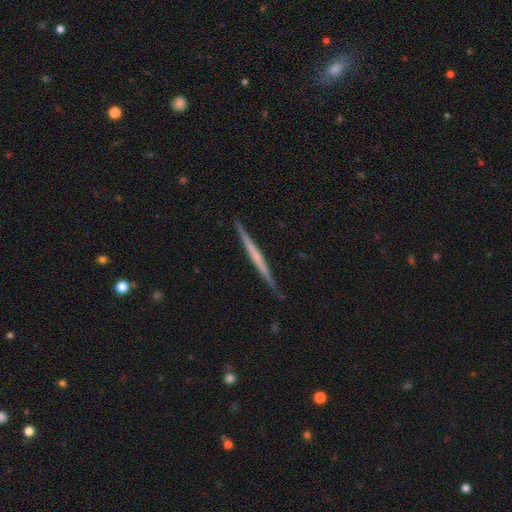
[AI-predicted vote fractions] This is likely a featured or disk galaxy (62%). It is clearly viewed edge-on (98%). Edge-on bulge: likely none (75%). Merging: clearly none (89%).